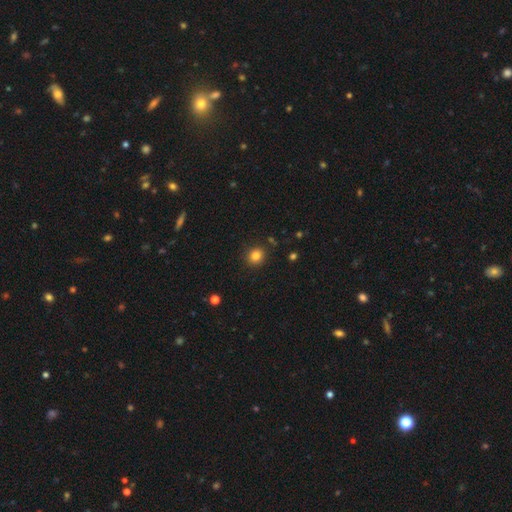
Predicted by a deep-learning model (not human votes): Smooth or featured: smooth — 83% (star or artifact — 12%)
How rounded: round — 85% (in between — 14%)
Merging: none — 89% (minor disturbance — 7%)